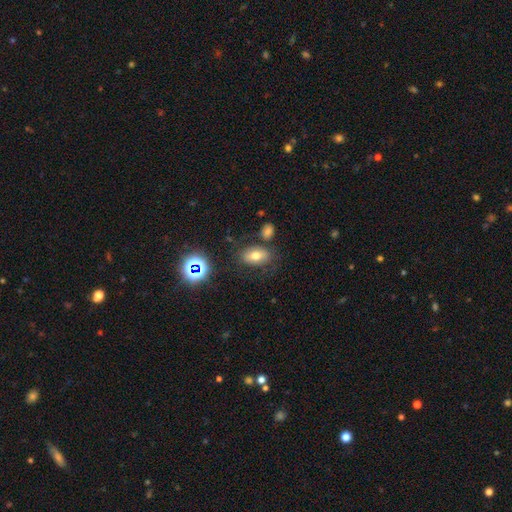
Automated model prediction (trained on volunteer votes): Overall: smooth (67%). How rounded: in between (86%). Merging: none (73%).